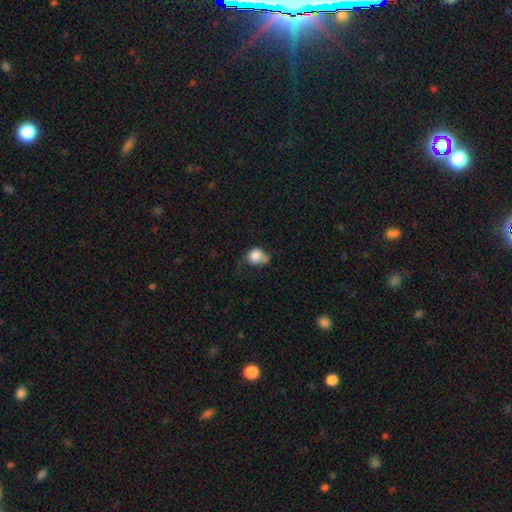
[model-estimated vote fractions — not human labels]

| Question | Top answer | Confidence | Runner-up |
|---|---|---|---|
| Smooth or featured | smooth | 80% | featured or disk (11%) |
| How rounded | round | 58% | in between (41%) |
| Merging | minor disturbance | 38% | none (30%) |